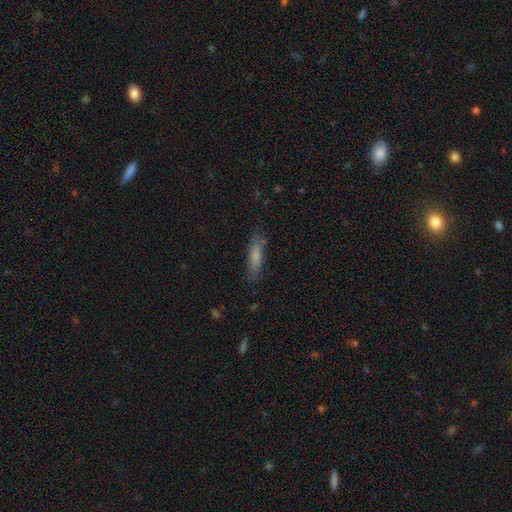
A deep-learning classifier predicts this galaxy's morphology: This is likely a smooth galaxy (75%). How rounded: likely cigar-shaped (64%). Merging: likely none (77%).